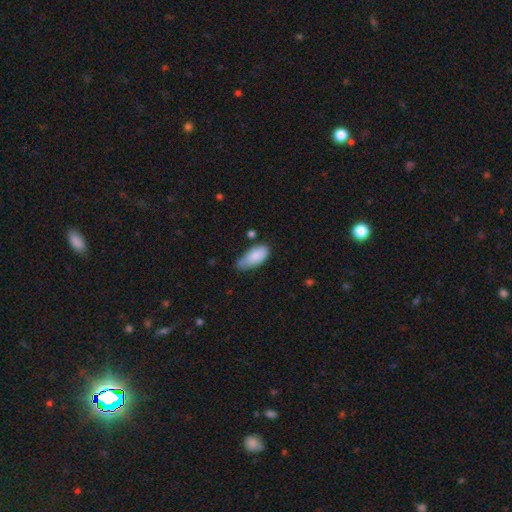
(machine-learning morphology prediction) Smooth or featured? smooth (87%)
How rounded? in between (90%)
Merging? none (49%)